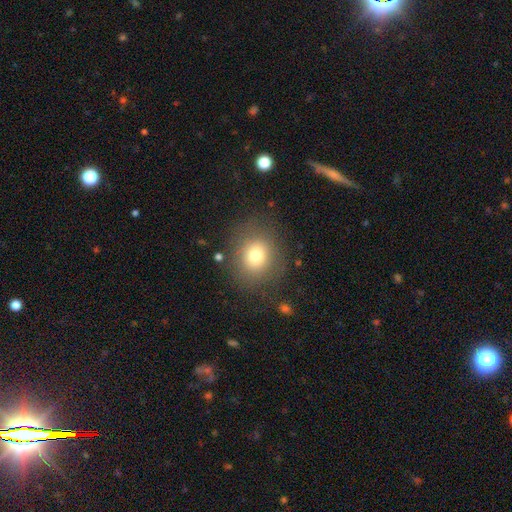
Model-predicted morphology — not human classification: A smooth galaxy with no disk features (75%) that is round (74%).

Vote fractions:
- Smooth or featured? smooth: 75% / star or artifact: 13% / featured or disk: 12%
- How rounded? round: 74% / in between: 25% / cigar-shaped: 1%
- Merging? none: 80% / minor disturbance: 11% / major disturbance: 6% / merger: 2%